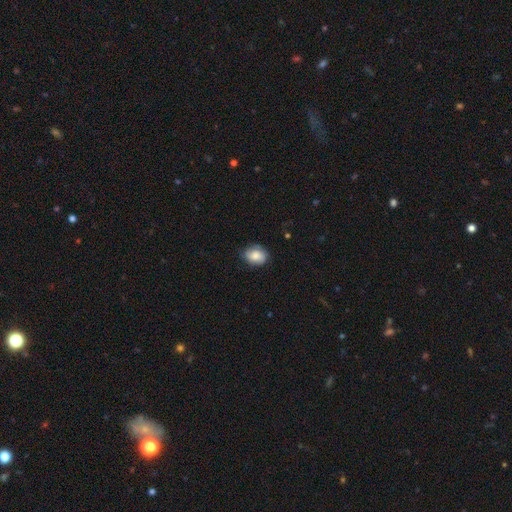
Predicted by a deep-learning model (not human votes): The model was most divided on "how rounded": in between: 62%, round: 37%, cigar-shaped: 1%. More confident: smooth or featured — smooth (78%); merging — none (71%).